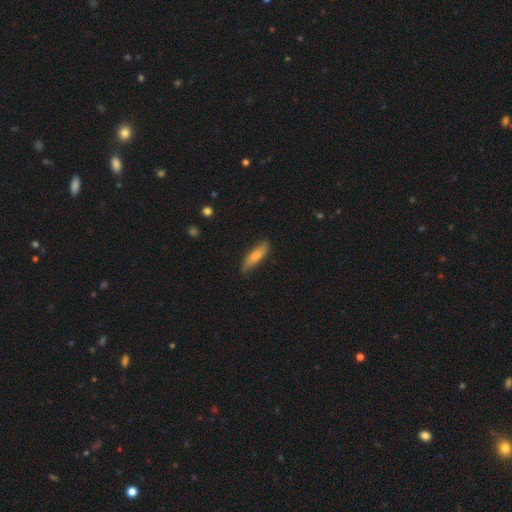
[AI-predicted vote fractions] Morphology: type=smooth (72%); roundness=cigar-shaped (68%); merging=none (79%).